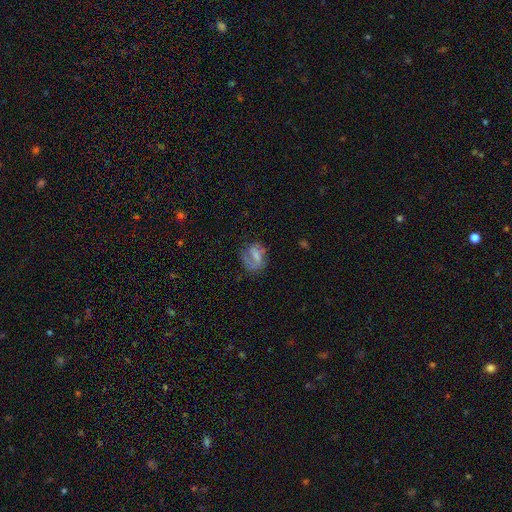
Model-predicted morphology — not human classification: smooth 46%, featured or disk 44%, star or artifact 10%. Down the decision tree: merging — none (49%).